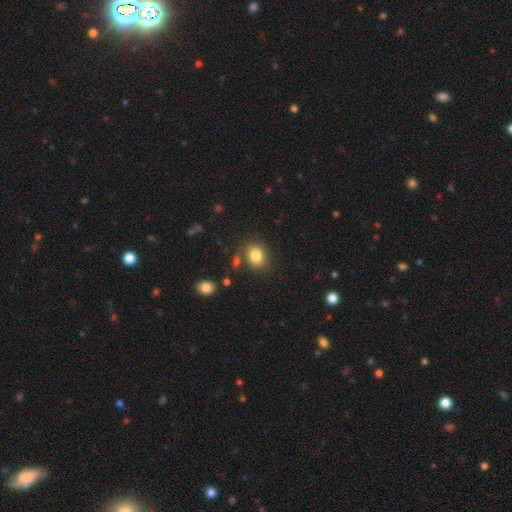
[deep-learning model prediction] The model was most divided on "how rounded": in between: 51%, round: 49%, cigar-shaped: 1%. More confident: smooth or featured — smooth (83%); merging — none (78%).